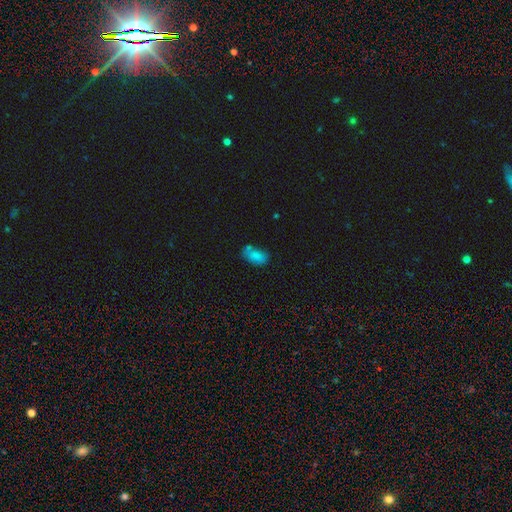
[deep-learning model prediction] Smooth or featured? Predicted: smooth (p=0.80). How rounded? Predicted: in between (p=0.89). Merging? Predicted: none (p=0.52).